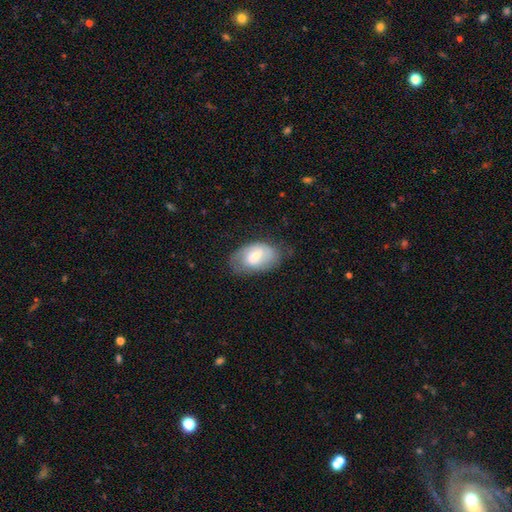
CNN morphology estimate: Q: Smooth or featured?
A: smooth (51%); runner-up: featured or disk (42%)
Q: How rounded?
A: in between (90%); runner-up: round (9%)
Q: Merging?
A: none (63%); runner-up: minor disturbance (26%)